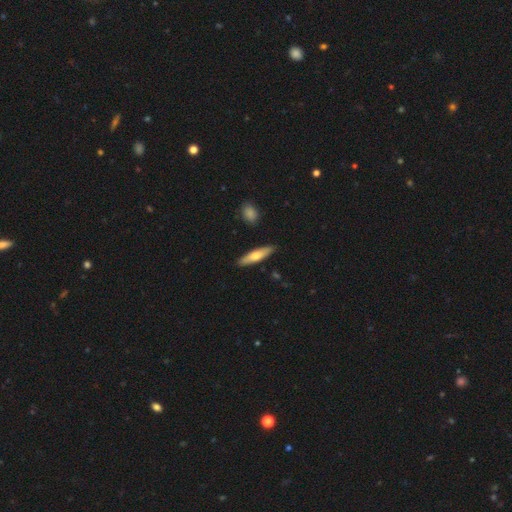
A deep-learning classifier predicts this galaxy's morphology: smooth-or-featured: smooth: 62% | featured or disk: 33% | star or artifact: 6%
  how-rounded: cigar-shaped: 73% | in between: 25% | round: 2%
  merging: none: 88% | minor disturbance: 9% | merger: 2% | major disturbance: 2%